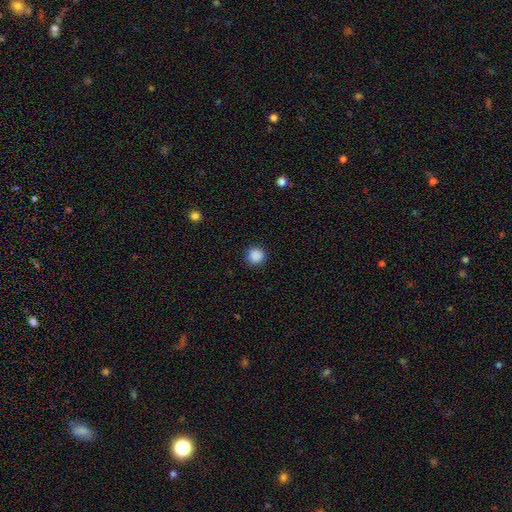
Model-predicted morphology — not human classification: The model was most divided on "smooth or featured": smooth: 88%, star or artifact: 10%, featured or disk: 2%. More confident: how rounded — round (94%); merging — none (92%).